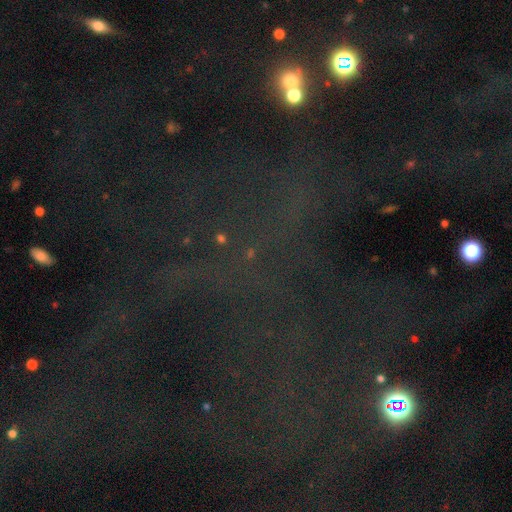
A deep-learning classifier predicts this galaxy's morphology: Smooth or featured: star or artifact — 75% (smooth — 15%)